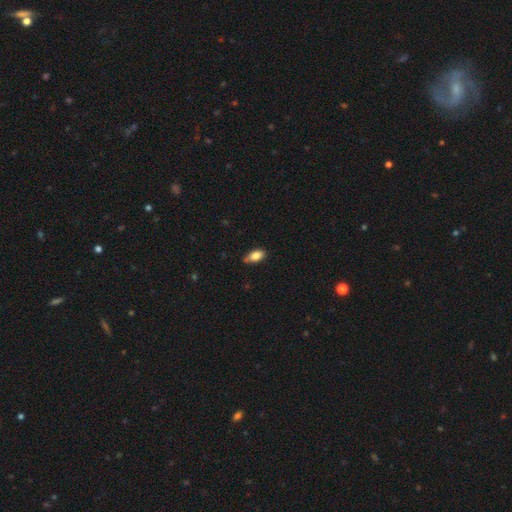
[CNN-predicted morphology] type=smooth (83%); roundness=in between (90%); merging=none (64%).